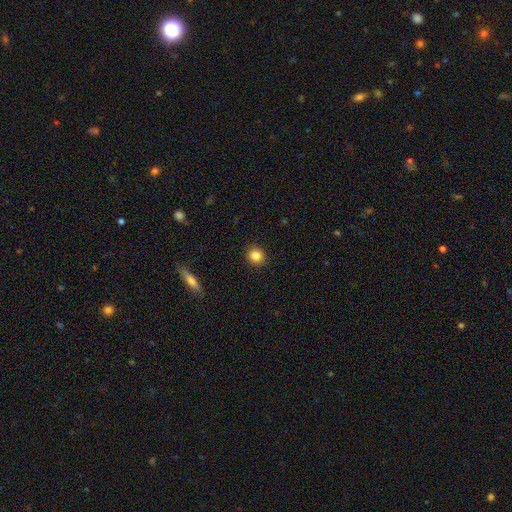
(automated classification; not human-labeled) The model was most divided on "smooth or featured": smooth: 84%, star or artifact: 10%, featured or disk: 6%. More confident: merging — none (92%); how rounded — round (90%).